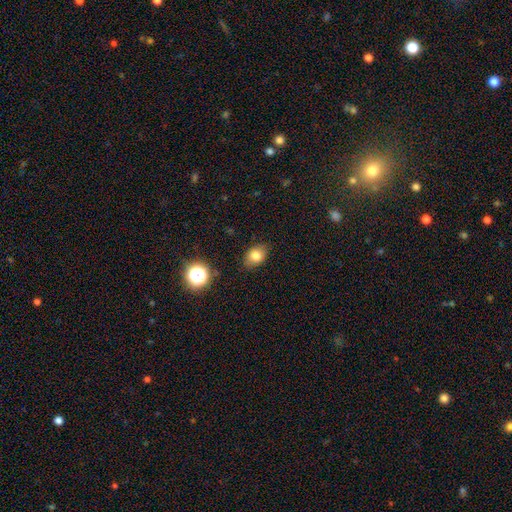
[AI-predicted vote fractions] Overall: smooth (79%). How rounded: in between (70%). Merging: none (83%).